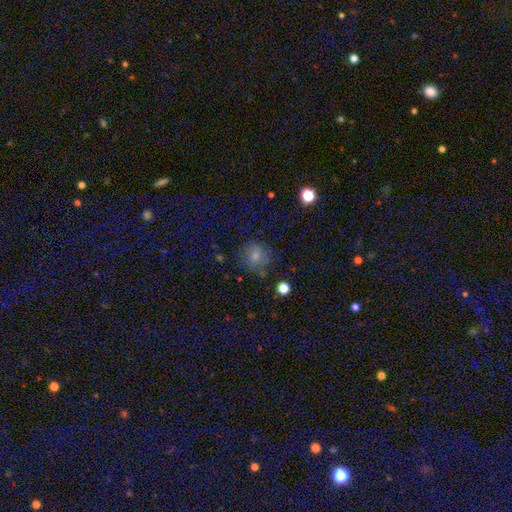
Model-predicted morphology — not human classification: type=smooth (69%); roundness=round (78%); merging=none (63%).